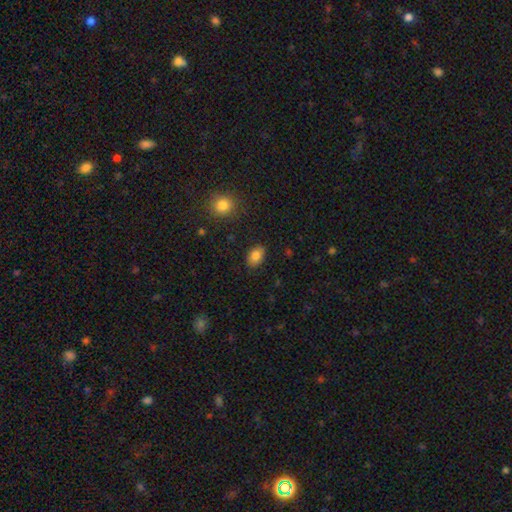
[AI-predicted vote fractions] Smooth or featured?
  - smooth: 84% *
  - star or artifact: 8%
  - featured or disk: 8%
How rounded?
  - in between: 80% *
  - round: 19%
  - cigar-shaped: 1%
Merging?
  - none: 86% *
  - minor disturbance: 10%
  - major disturbance: 3%
  - merger: 1%